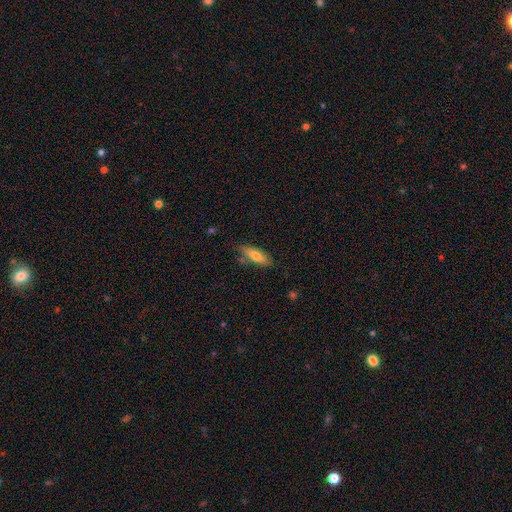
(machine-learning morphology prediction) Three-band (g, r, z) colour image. It shows a smooth galaxy with no disk features (71%) that is in between round and cigar-shaped (52%). Merging: none (76%).